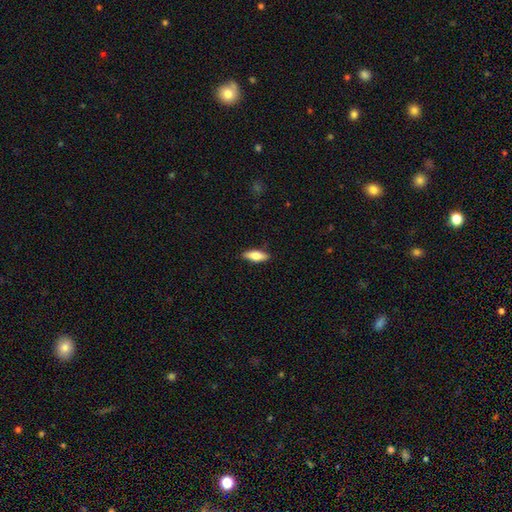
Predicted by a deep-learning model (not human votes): This appears to be a smooth galaxy with no disk features (72%) that is in between round and cigar-shaped (66%). Merging: none (87%).